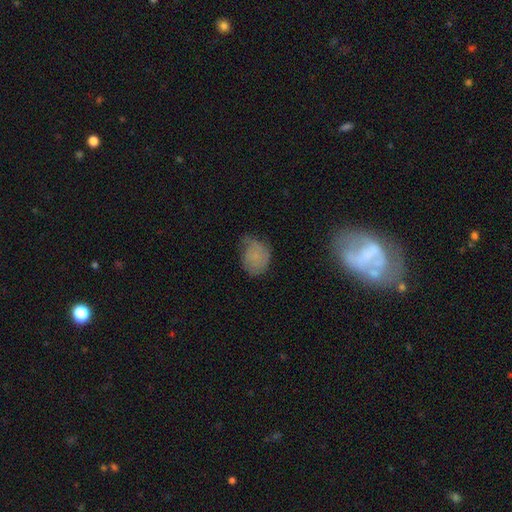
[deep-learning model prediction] The model was most divided on "merging": none: 43%, minor disturbance: 35%, major disturbance: 20%, merger: 3%. More confident: how rounded — in between (58%); smooth or featured — smooth (56%).